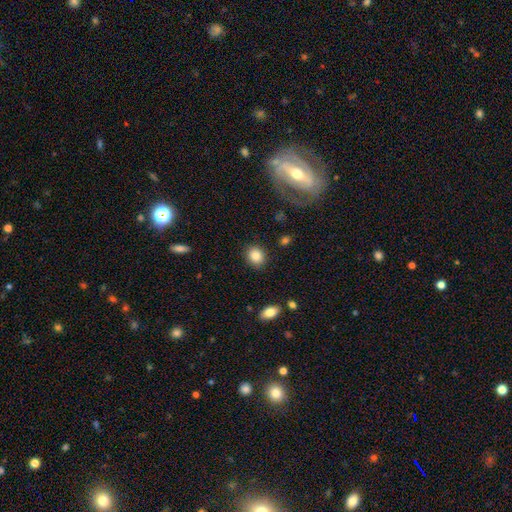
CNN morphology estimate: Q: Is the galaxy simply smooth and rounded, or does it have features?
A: smooth — 86%.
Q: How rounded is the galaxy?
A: round — 72%.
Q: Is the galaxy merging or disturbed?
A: none — 88%.